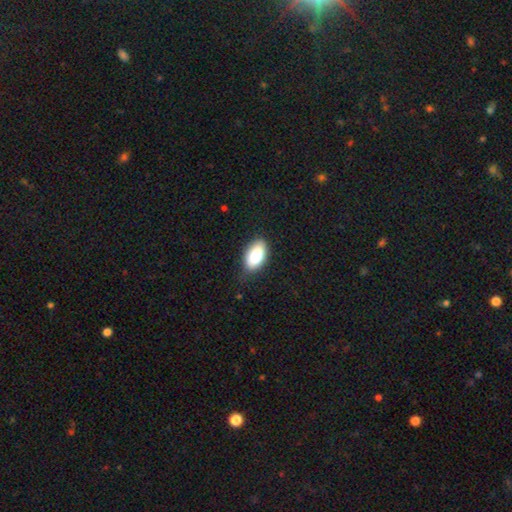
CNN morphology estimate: Smooth or featured: smooth — 85% (featured or disk — 8%)
How rounded: in between — 93% (cigar-shaped — 4%)
Merging: none — 79% (minor disturbance — 17%)